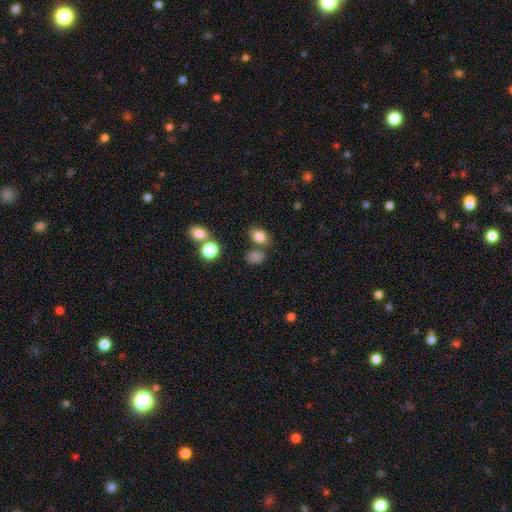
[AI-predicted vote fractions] smooth_or_featured: smooth (p=0.74) [alt: star or artifact p=0.18]
how_rounded: in between (p=0.62) [alt: round p=0.36]
merging: none (p=0.66) [alt: merger p=0.15]